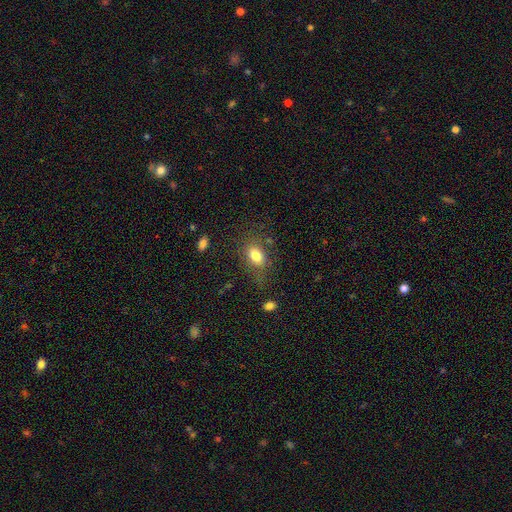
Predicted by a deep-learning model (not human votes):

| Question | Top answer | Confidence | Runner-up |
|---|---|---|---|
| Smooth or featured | smooth | 79% | featured or disk (12%) |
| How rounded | in between | 82% | round (15%) |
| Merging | none | 69% | minor disturbance (19%) |